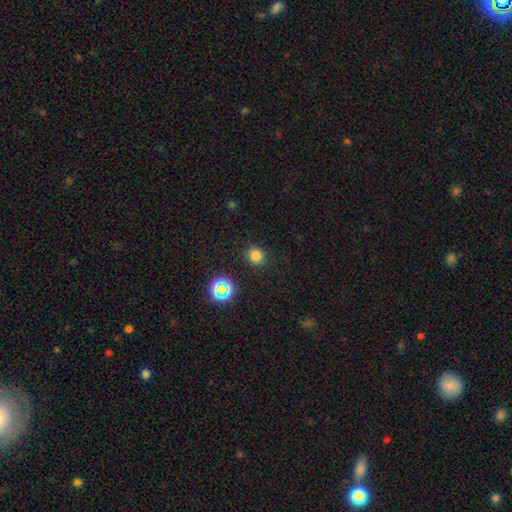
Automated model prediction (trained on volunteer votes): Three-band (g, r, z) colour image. It shows a smooth galaxy with no disk features (77%) that is round (91%). Merging: none (89%).